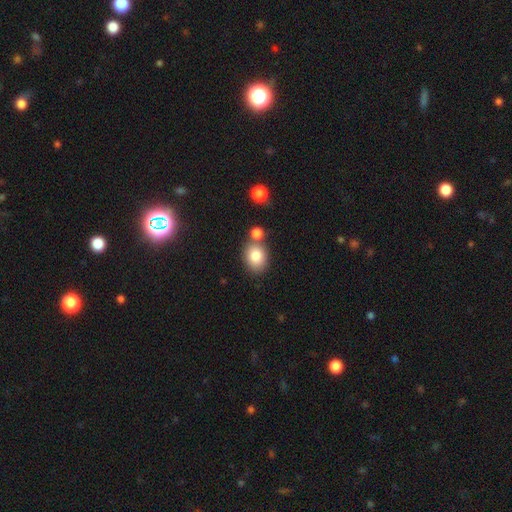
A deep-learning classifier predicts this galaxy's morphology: A smooth galaxy with no disk features (82%) that is in between round and cigar-shaped (54%).

Vote fractions:
- Smooth or featured? smooth: 82% / featured or disk: 9% / star or artifact: 9%
- How rounded? in between: 54% / round: 45% / cigar-shaped: 1%
- Merging? none: 63% / merger: 22% / minor disturbance: 12% / major disturbance: 3%